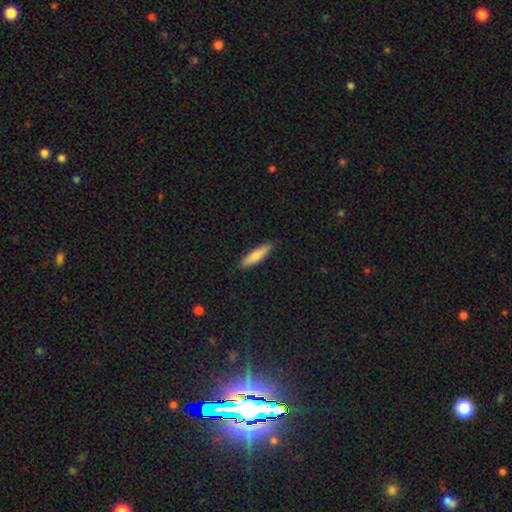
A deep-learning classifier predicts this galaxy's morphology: Smooth or featured? Predicted: smooth (p=0.77). How rounded? Predicted: cigar-shaped (p=0.74). Merging? Predicted: none (p=0.89).